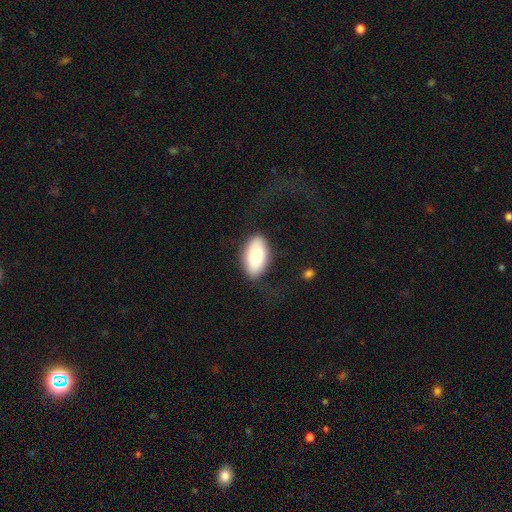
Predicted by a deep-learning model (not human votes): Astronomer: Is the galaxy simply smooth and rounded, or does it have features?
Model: smooth — 79%.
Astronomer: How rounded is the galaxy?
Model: in between — 94%.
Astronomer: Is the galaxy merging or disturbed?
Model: none — 76%.